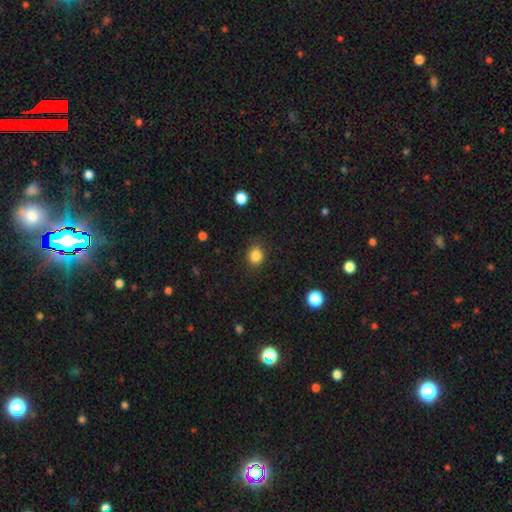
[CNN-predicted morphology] Smooth or featured?
  - smooth: 85% *
  - star or artifact: 11%
  - featured or disk: 4%
How rounded?
  - round: 77% *
  - in between: 22%
  - cigar-shaped: 1%
Merging?
  - none: 87% *
  - minor disturbance: 9%
  - major disturbance: 3%
  - merger: 1%